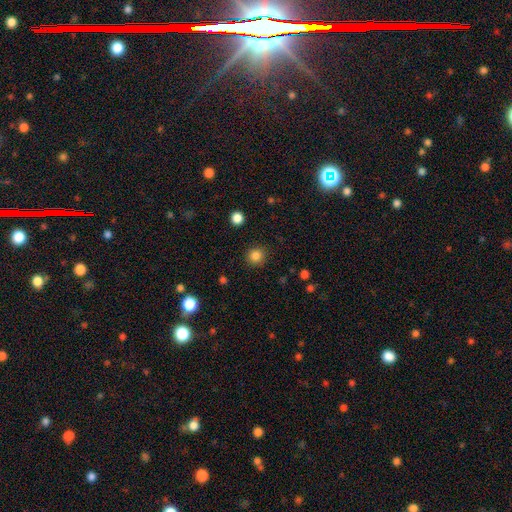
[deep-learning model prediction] Overall: smooth (84%). How rounded: round (91%). Merging: none (89%).